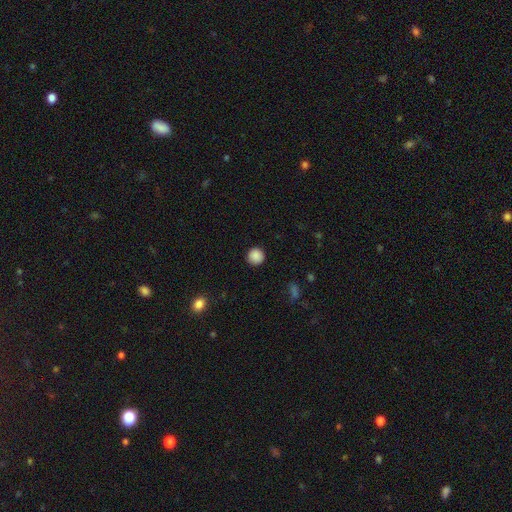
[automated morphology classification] smooth 88%, star or artifact 9%, featured or disk 3%. Down the decision tree: how rounded — round (94%); merging — none (91%).